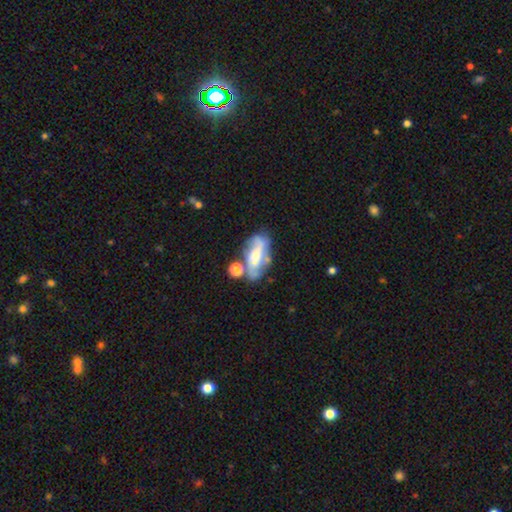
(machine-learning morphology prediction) Overall: featured or disk (60%; smooth 32%). Edge-on disk: no (88%). Bar: no (51%; weak 29%). Spiral arms: yes (62%; no 38%). Bulge size: moderate (44%; small 38%). Merging: none (44%; merger 22%).